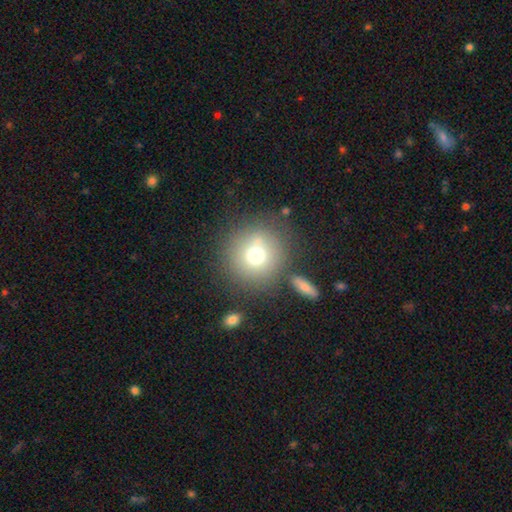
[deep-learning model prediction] smooth-or-featured: smooth: 71% | featured or disk: 15% | star or artifact: 14%
  how-rounded: round: 92% | in between: 7% | cigar-shaped: 1%
  merging: none: 76% | minor disturbance: 11% | merger: 8% | major disturbance: 5%